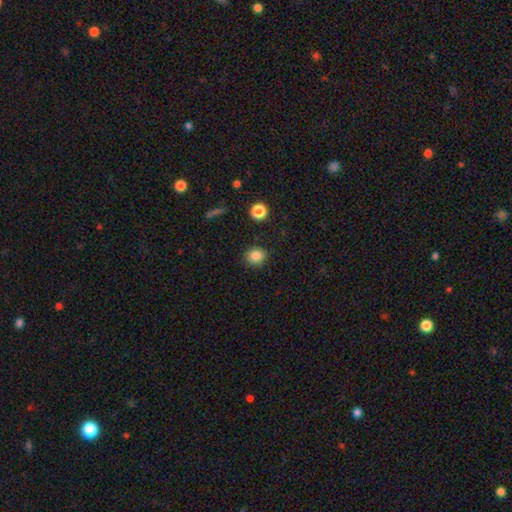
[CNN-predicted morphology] Overall: smooth (85%). How rounded: round (82%). Merging: none (89%).